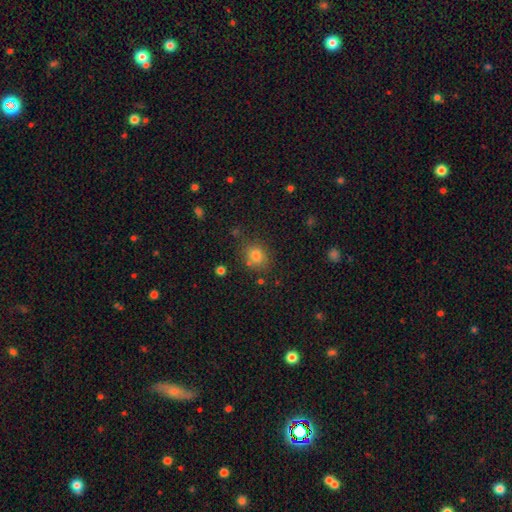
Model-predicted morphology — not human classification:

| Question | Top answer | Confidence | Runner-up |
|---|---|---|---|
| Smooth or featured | smooth | 81% | star or artifact (12%) |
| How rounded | round | 69% | in between (30%) |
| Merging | none | 76% | minor disturbance (14%) |